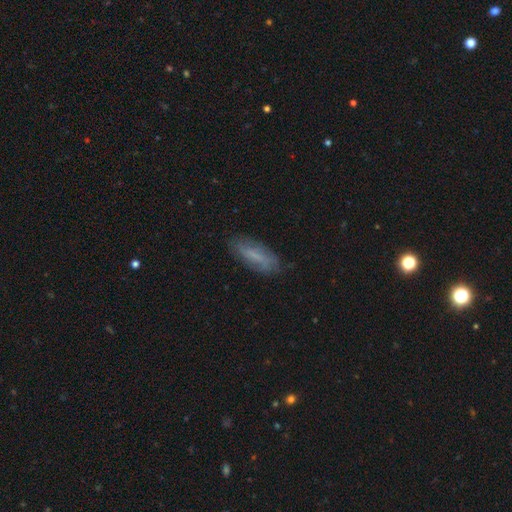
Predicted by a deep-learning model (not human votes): This appears to be a smooth galaxy with no disk features (60%) that is in between round and cigar-shaped (59%). Merging: none (76%).